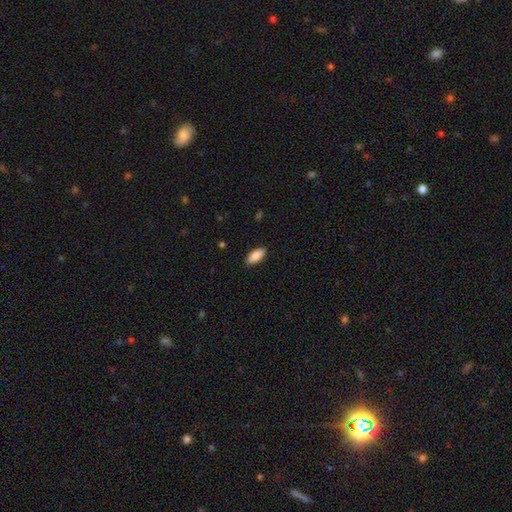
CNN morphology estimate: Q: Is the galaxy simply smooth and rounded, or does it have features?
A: smooth — 88%.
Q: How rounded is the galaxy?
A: in between — 85%.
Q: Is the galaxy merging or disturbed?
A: none — 88%.